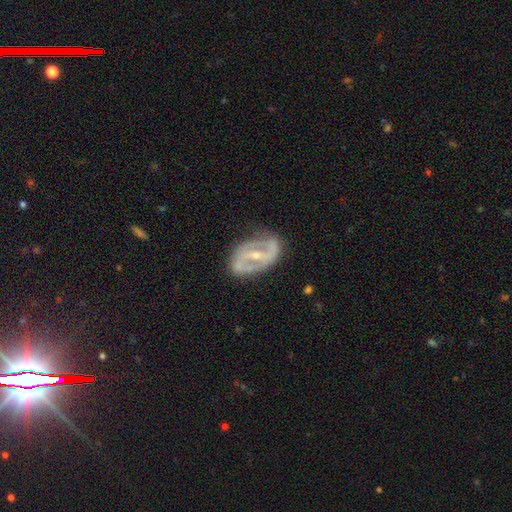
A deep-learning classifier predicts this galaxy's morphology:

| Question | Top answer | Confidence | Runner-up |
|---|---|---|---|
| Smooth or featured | featured or disk | 80% | smooth (14%) |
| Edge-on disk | no | 93% | yes (7%) |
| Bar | strong | 60% | weak (28%) |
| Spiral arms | yes | 64% | no (36%) |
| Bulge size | small | 58% | moderate (37%) |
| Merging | none | 73% | minor disturbance (18%) |